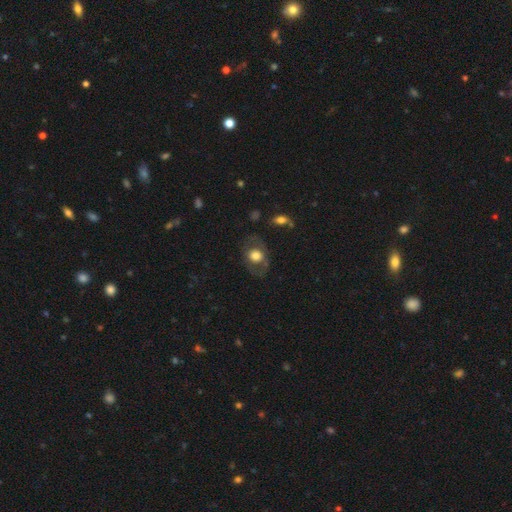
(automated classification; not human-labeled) Overall: smooth (57%; featured or disk 35%). How rounded: round (53%; in between 46%). Merging: none (69%).